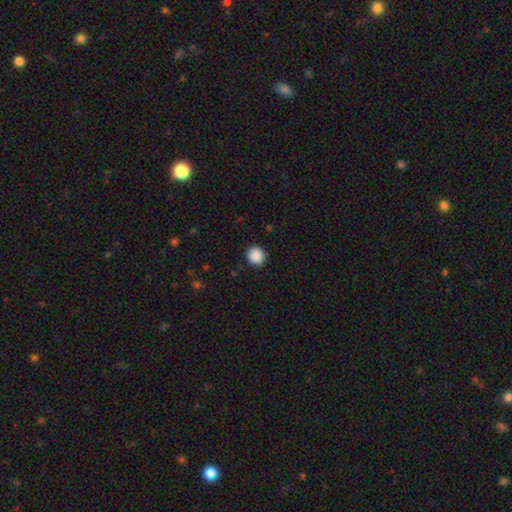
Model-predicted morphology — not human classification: type=smooth (89%); roundness=round (83%); merging=none (88%).